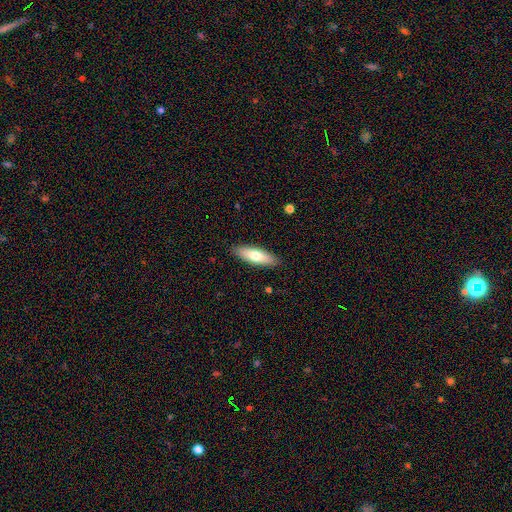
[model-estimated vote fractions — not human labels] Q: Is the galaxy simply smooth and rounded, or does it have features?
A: smooth — 68%.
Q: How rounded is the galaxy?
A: in between — 50%.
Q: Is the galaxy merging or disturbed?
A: none — 89%.